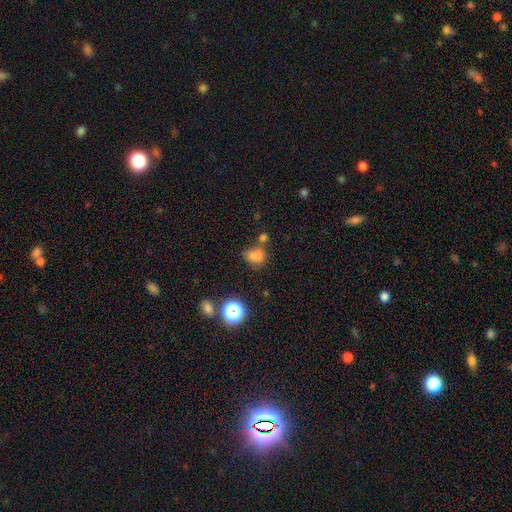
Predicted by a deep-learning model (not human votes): Smooth or featured: smooth — 72% (star or artifact — 18%)
How rounded: in between — 53% (round — 45%)
Merging: none — 43% (merger — 33%)